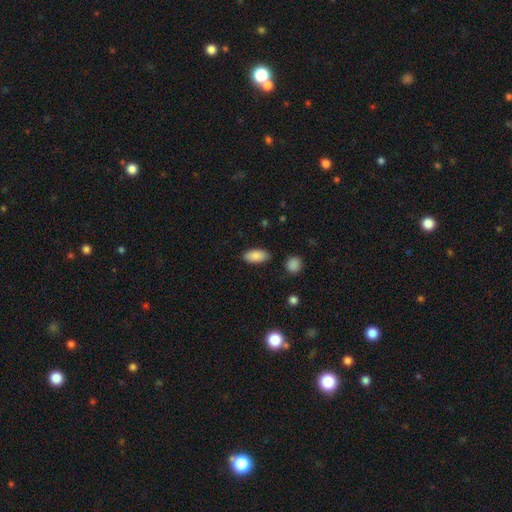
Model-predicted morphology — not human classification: type=smooth (88%); roundness=in between (91%); merging=none (86%).